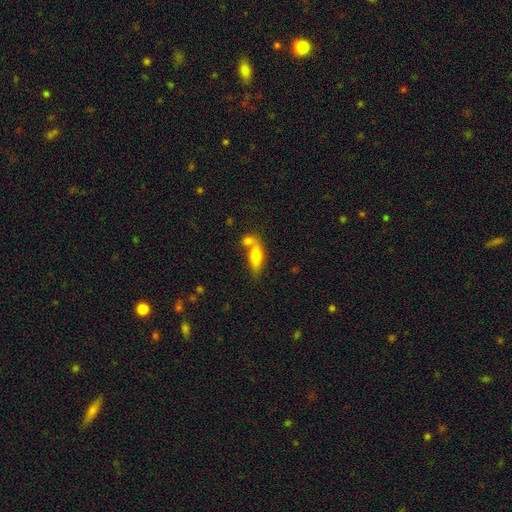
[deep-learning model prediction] Smooth or featured? smooth (69%)
How rounded? in between (70%)
Merging? merger (42%)